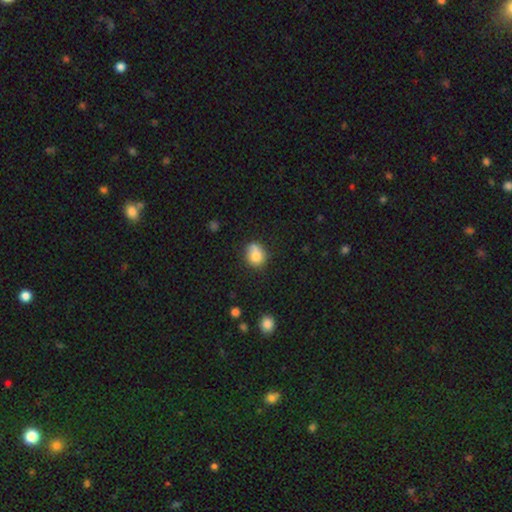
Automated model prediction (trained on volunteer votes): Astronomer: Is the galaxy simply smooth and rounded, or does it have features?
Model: smooth — 79%.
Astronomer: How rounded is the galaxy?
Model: round — 62%.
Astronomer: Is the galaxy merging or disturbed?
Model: none — 58%.